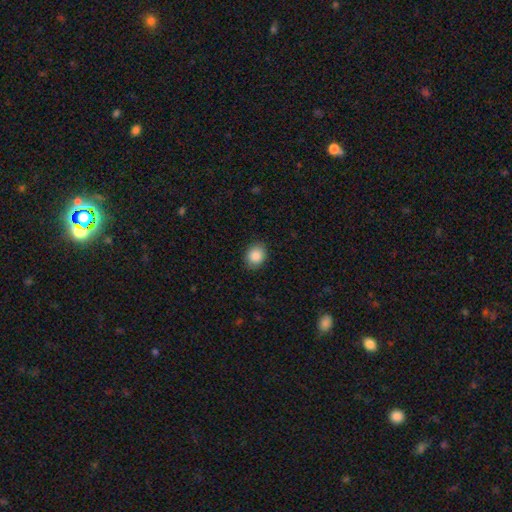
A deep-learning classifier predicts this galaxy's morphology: Overall: smooth (88%). How rounded: round (54%; in between 45%). Merging: none (87%).